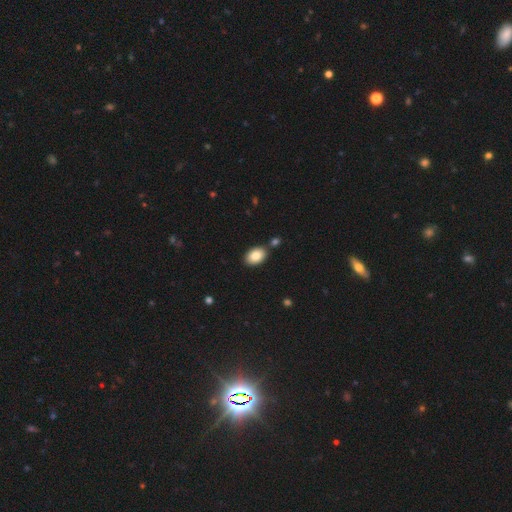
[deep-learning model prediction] Smooth or featured: smooth — 85% (featured or disk — 8%)
How rounded: in between — 90% (round — 9%)
Merging: none — 81% (minor disturbance — 9%)